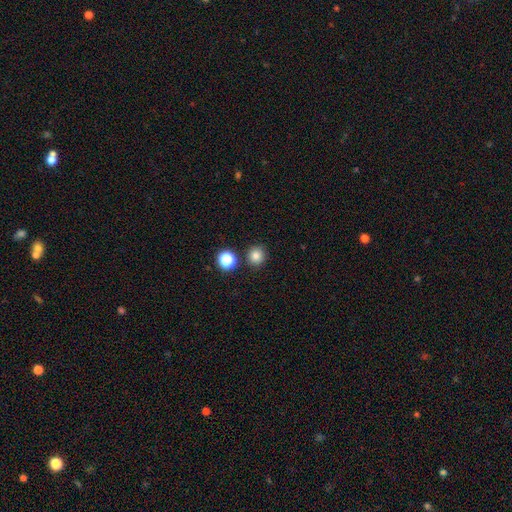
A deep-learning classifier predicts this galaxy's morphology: A smooth galaxy with no disk features (82%) that is round (91%). Merging: none (85%).